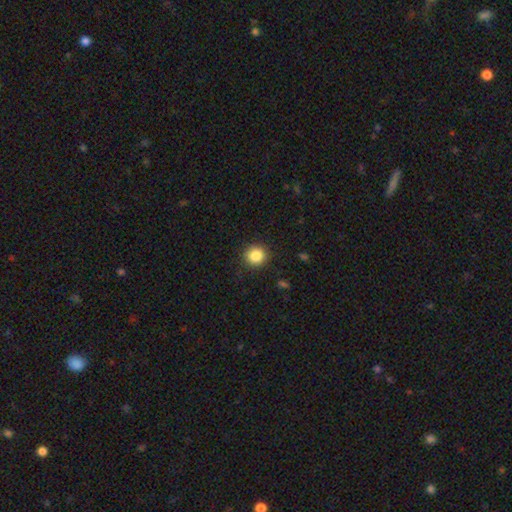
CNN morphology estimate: This appears to be a smooth galaxy with no disk features (86%) that is round (92%). Merging: none (90%).